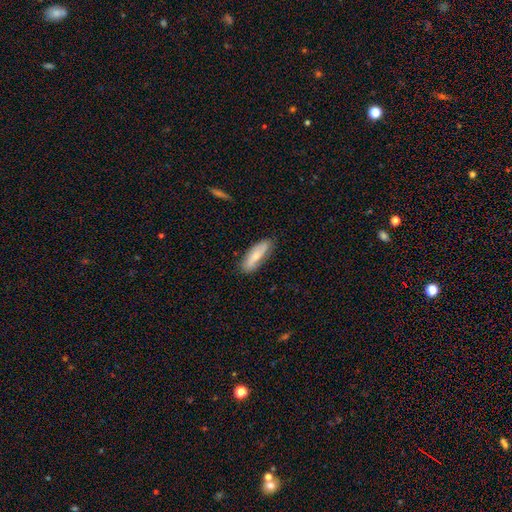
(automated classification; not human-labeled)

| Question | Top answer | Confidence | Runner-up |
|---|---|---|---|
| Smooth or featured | smooth | 61% | featured or disk (33%) |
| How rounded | in between | 60% | cigar-shaped (38%) |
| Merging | none | 79% | minor disturbance (16%) |